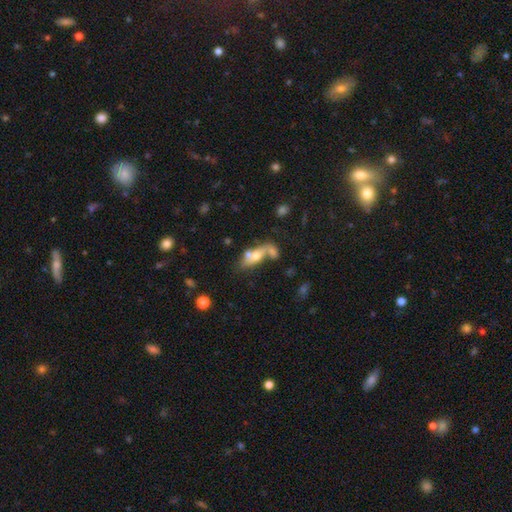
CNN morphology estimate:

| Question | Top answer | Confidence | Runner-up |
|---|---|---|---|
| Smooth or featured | smooth | 51% | featured or disk (40%) |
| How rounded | in between | 64% | cigar-shaped (28%) |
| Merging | merger | 50% | none (25%) |